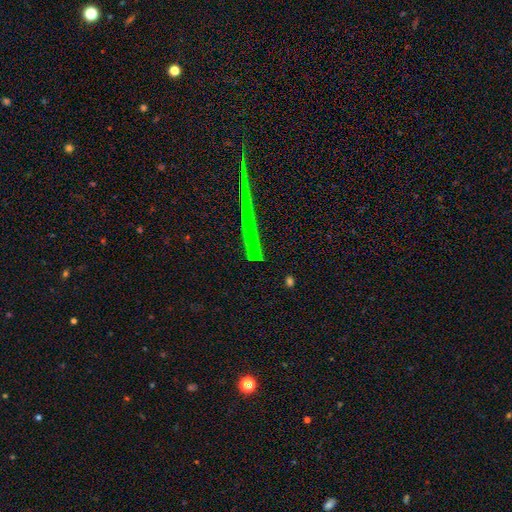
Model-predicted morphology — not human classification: The model was most divided on "smooth or featured": star or artifact: 68%, smooth: 18%, featured or disk: 14%.